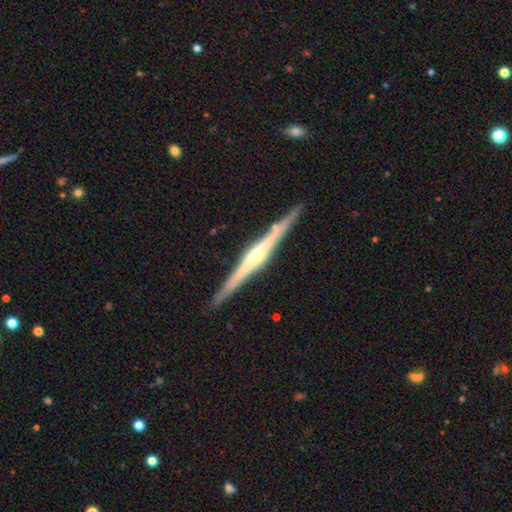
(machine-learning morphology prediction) A featured or disk galaxy (85%) viewed edge-on (98%) with a rounded central bulge (80%).

Vote fractions:
- Smooth or featured? featured or disk: 85% / smooth: 11% / star or artifact: 5%
- Edge-on disk? yes: 98% / no: 2%
- Edge-on bulge? rounded: 80% / none: 10% / boxy: 10%
- Merging? none: 90% / minor disturbance: 7% / merger: 1% / major disturbance: 1%